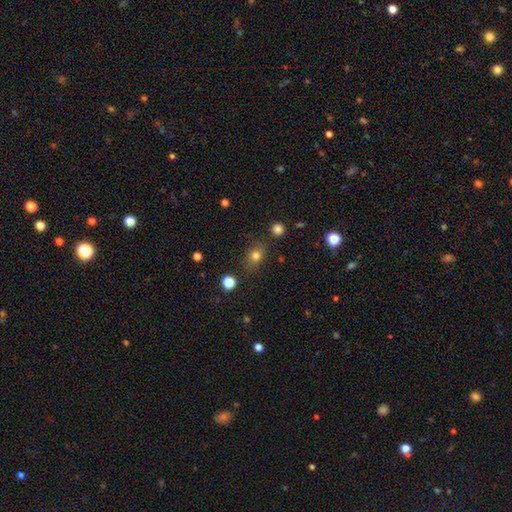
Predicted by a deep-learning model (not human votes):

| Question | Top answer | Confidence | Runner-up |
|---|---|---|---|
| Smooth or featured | smooth | 78% | star or artifact (14%) |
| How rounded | round | 50% | in between (49%) |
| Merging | none | 76% | minor disturbance (16%) |